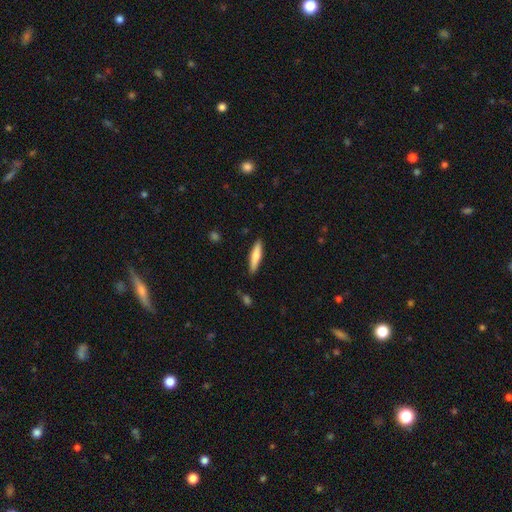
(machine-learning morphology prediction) Q: Smooth or featured?
A: smooth (70%); runner-up: featured or disk (24%)
Q: How rounded?
A: cigar-shaped (82%); runner-up: in between (17%)
Q: Merging?
A: none (87%); runner-up: minor disturbance (10%)